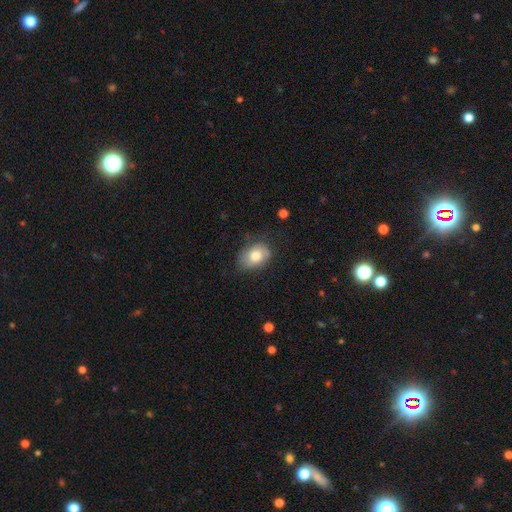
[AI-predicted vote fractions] smooth 72%, featured or disk 20%, star or artifact 7%. Down the decision tree: how rounded — in between (69%); merging — none (68%).